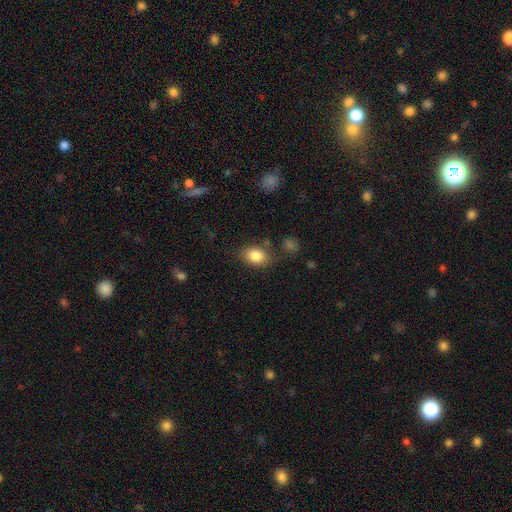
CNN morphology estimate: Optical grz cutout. It shows a smooth galaxy with no disk features (84%) that is in between round and cigar-shaped (76%). Merging: none (72%).